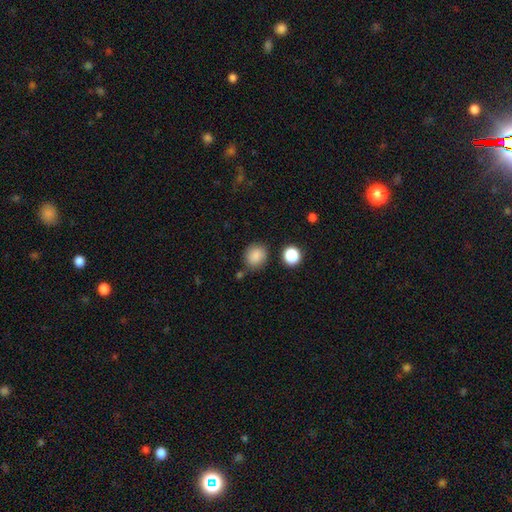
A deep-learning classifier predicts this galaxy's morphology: A smooth galaxy with no disk features (85%) that is round (75%).

Vote fractions:
- Smooth or featured? smooth: 85% / star or artifact: 10% / featured or disk: 5%
- How rounded? round: 75% / in between: 24% / cigar-shaped: 1%
- Merging? none: 78% / minor disturbance: 13% / merger: 5% / major disturbance: 4%